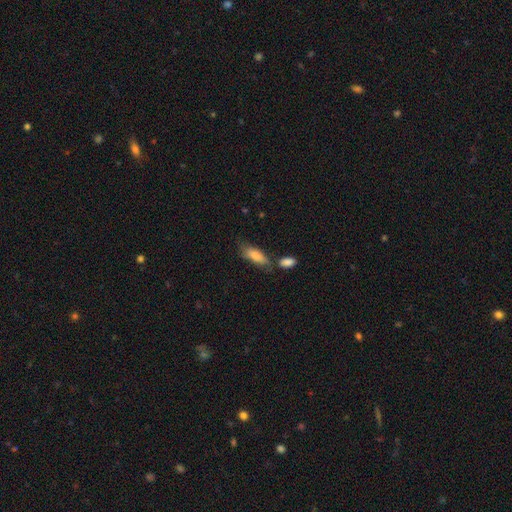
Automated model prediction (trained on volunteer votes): smooth 81%, featured or disk 13%, star or artifact 6%. Down the decision tree: how rounded — in between (66%); merging — none (50%).